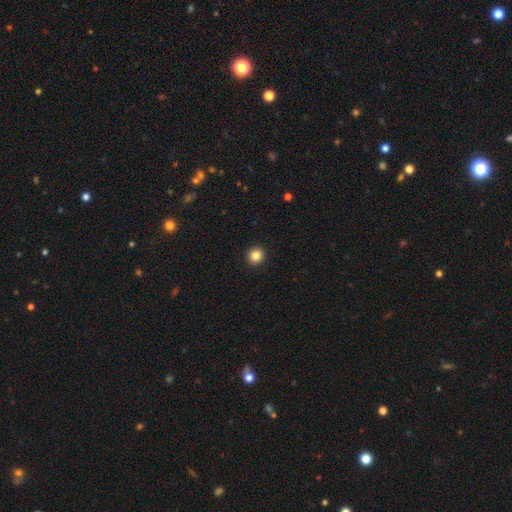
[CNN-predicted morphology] Smooth or featured? Predicted: smooth (p=0.85). How rounded? Predicted: round (p=0.94). Merging? Predicted: none (p=0.94).